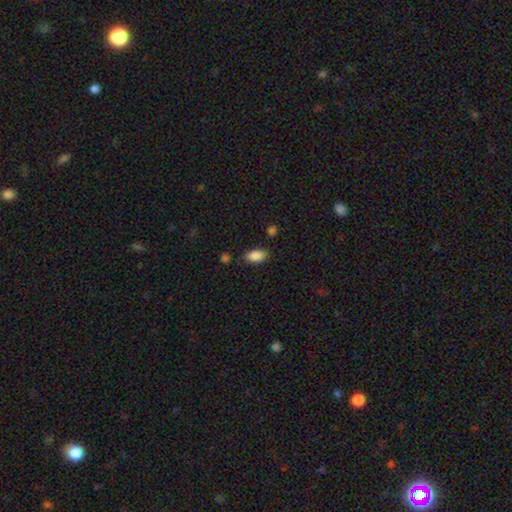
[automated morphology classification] Overall: smooth (87%). How rounded: in between (92%). Merging: none (79%).